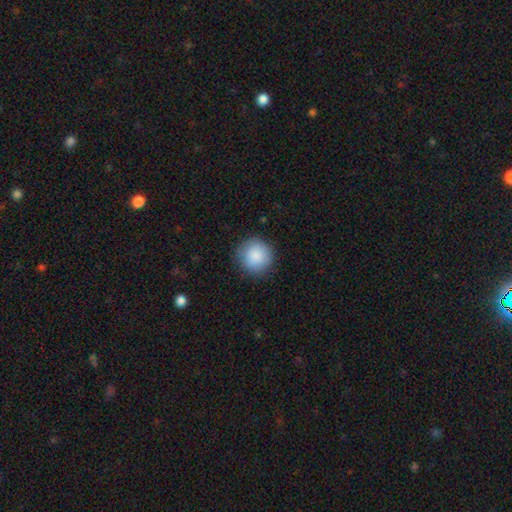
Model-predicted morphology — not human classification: smooth 88%, star or artifact 7%, featured or disk 5%. Down the decision tree: how rounded — round (94%); merging — none (85%).